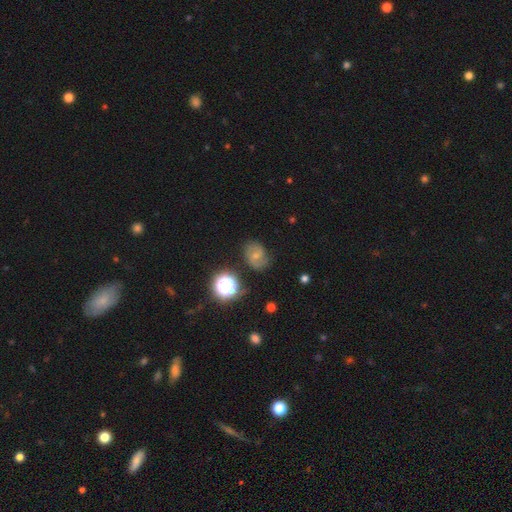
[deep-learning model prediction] Morphology: type=featured or disk (57%); edge-on=no (97%); bar=no (55%); spiral arms=yes (89%); bulge=small (59%); merging=none (70%).